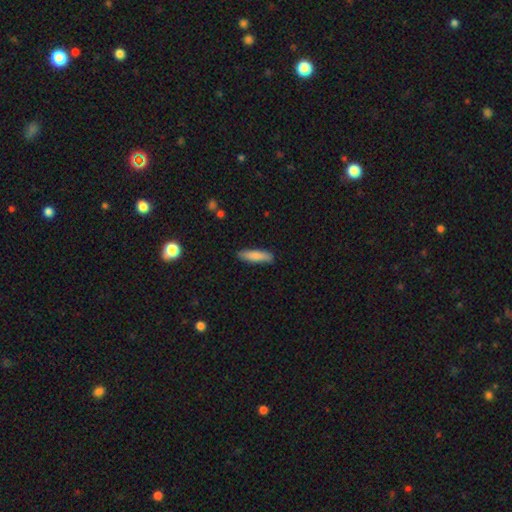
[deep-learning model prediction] smooth-or-featured: smooth: 84% | featured or disk: 10% | star or artifact: 6%
  how-rounded: cigar-shaped: 72% | in between: 26% | round: 1%
  merging: none: 86% | minor disturbance: 11% | major disturbance: 2% | merger: 1%